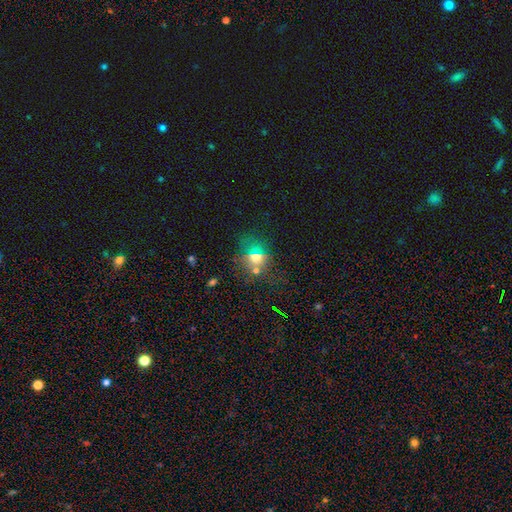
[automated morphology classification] Q: Smooth or featured?
A: smooth (59%); runner-up: star or artifact (27%)
Q: How rounded?
A: round (68%); runner-up: in between (30%)
Q: Merging?
A: none (68%); runner-up: minor disturbance (13%)